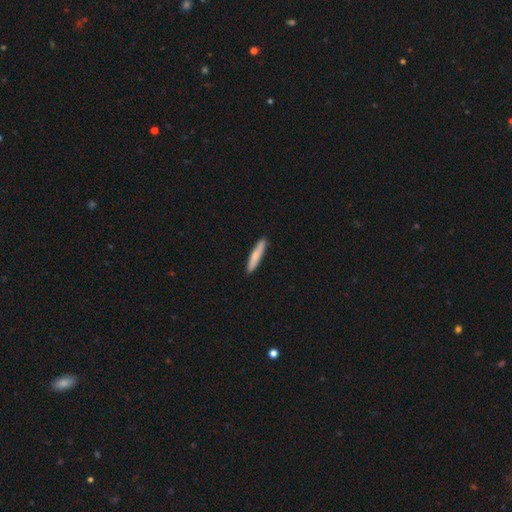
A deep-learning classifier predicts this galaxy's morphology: Smooth or featured? smooth (78%)
How rounded? cigar-shaped (90%)
Merging? none (91%)